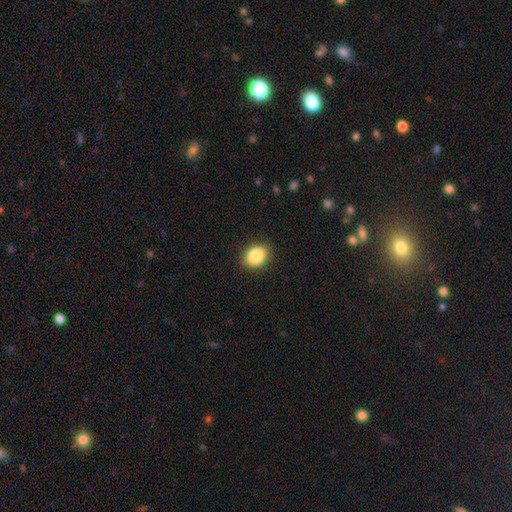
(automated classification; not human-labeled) Smooth or featured?
  - smooth: 87% *
  - star or artifact: 8%
  - featured or disk: 6%
How rounded?
  - in between: 63% *
  - round: 36%
  - cigar-shaped: 1%
Merging?
  - none: 89% *
  - minor disturbance: 8%
  - major disturbance: 2%
  - merger: 1%